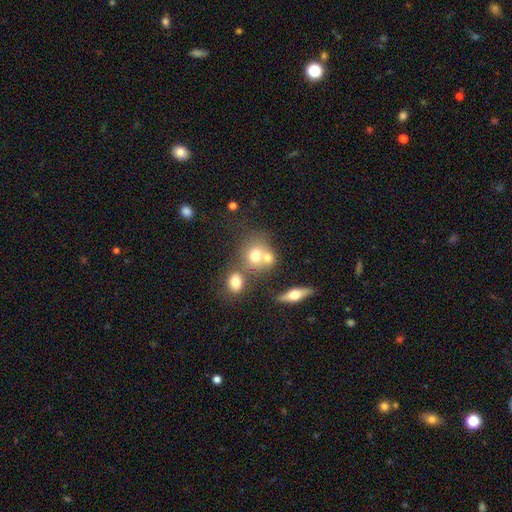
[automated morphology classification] Smooth or featured? smooth (68%)
How rounded? round (76%)
Merging? merger (45%)